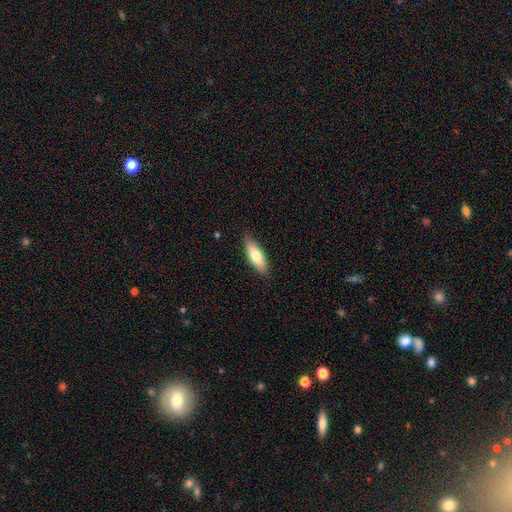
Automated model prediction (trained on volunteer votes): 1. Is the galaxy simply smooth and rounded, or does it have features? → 74% smooth, 20% featured or disk, 6% star or artifact.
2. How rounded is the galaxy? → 61% in between, 37% cigar-shaped, 2% round.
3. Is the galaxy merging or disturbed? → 87% none, 10% minor disturbance, 2% major disturbance, 1% merger.